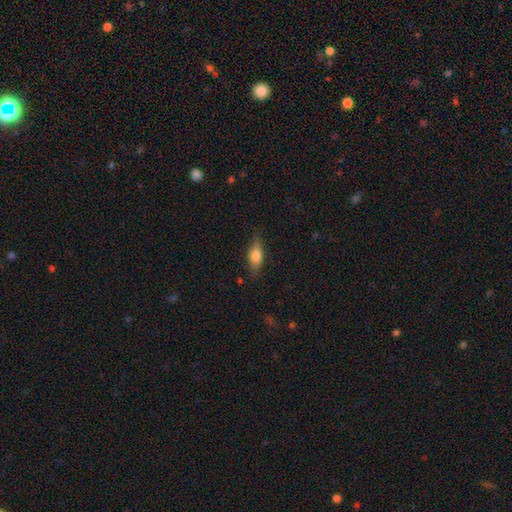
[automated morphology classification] The model was most divided on "smooth or featured": smooth: 62%, featured or disk: 30%, star or artifact: 8%. More confident: merging — none (78%); how rounded — in between (67%).